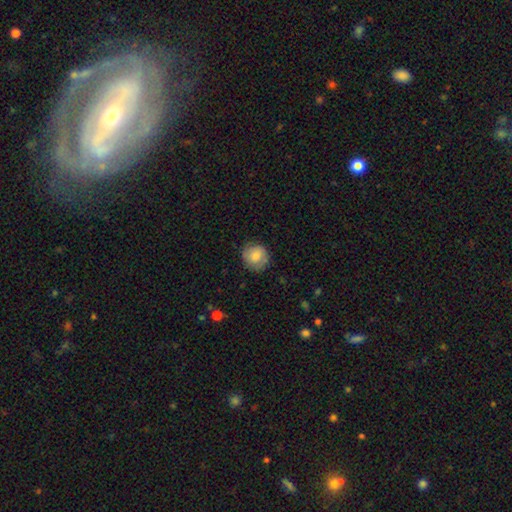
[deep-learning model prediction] A smooth galaxy with no disk features (79%) that is round (89%). Merging: none (81%).